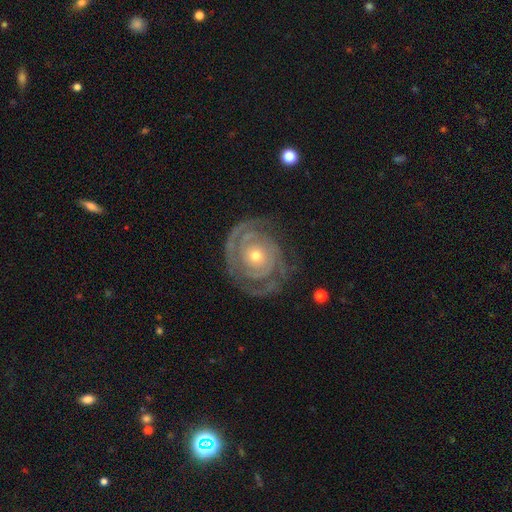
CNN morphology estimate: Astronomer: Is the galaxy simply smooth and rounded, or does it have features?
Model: featured or disk — 88%.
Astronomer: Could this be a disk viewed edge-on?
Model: no — 97%.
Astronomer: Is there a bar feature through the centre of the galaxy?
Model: no — 81%.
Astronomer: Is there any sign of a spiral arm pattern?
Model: yes — 95%.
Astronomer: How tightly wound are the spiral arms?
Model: tight — 81%.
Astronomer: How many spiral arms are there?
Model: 2 — 47%.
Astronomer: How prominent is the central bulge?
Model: small — 51% (runner-up: moderate, 45%).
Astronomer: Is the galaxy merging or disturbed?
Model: none — 77%.